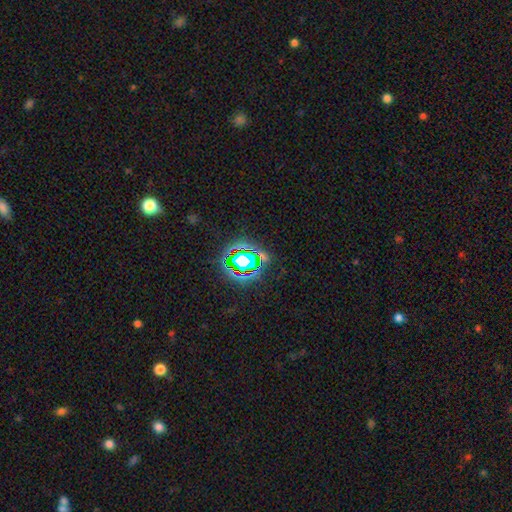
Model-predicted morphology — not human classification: type=star or artifact (68%).